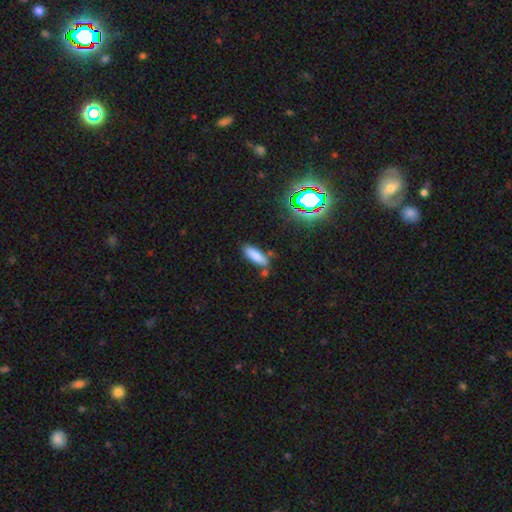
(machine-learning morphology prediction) A smooth galaxy with no disk features (80%) that is in between round and cigar-shaped (59%).

Vote fractions:
- Smooth or featured? smooth: 80% / star or artifact: 13% / featured or disk: 7%
- How rounded? in between: 59% / cigar-shaped: 39% / round: 2%
- Merging? none: 71% / minor disturbance: 17% / merger: 8% / major disturbance: 4%